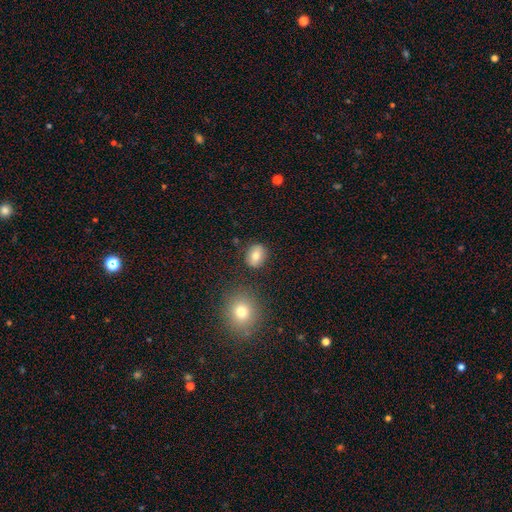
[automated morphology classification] Smooth or featured: smooth — 77% (featured or disk — 13%)
How rounded: round — 50% (in between — 48%)
Merging: none — 83% (minor disturbance — 10%)